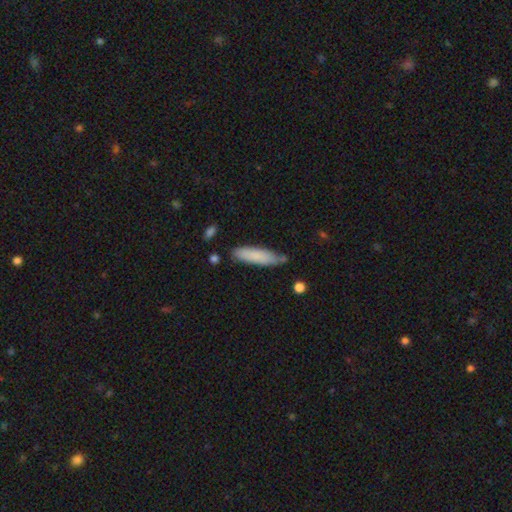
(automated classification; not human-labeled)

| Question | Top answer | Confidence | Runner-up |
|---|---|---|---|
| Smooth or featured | smooth | 82% | featured or disk (12%) |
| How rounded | cigar-shaped | 71% | in between (27%) |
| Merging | none | 74% | minor disturbance (18%) |